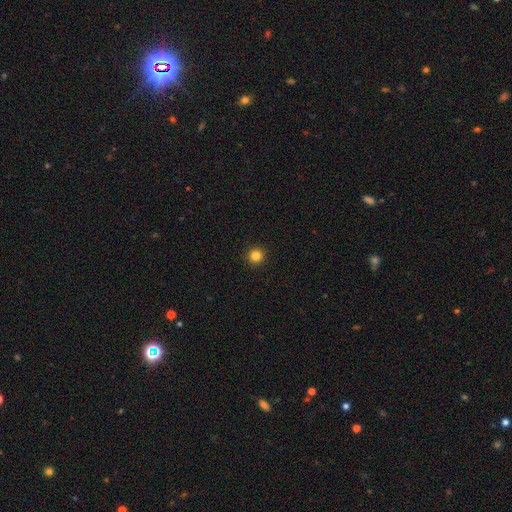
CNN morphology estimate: This appears to be a smooth galaxy with no disk features (84%) that is round (96%). Merging: none (94%).